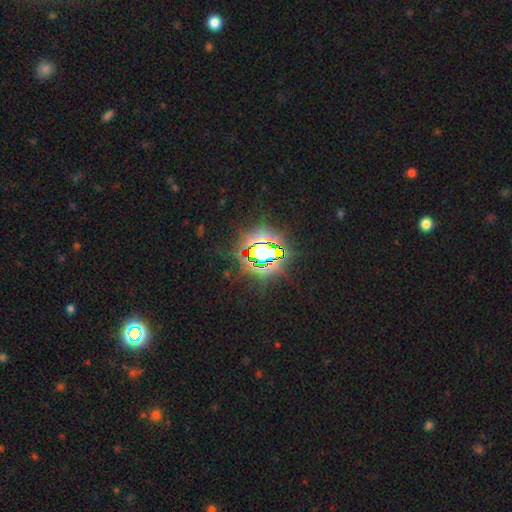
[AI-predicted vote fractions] smooth_or_featured: star or artifact (p=0.81) [alt: smooth p=0.11]